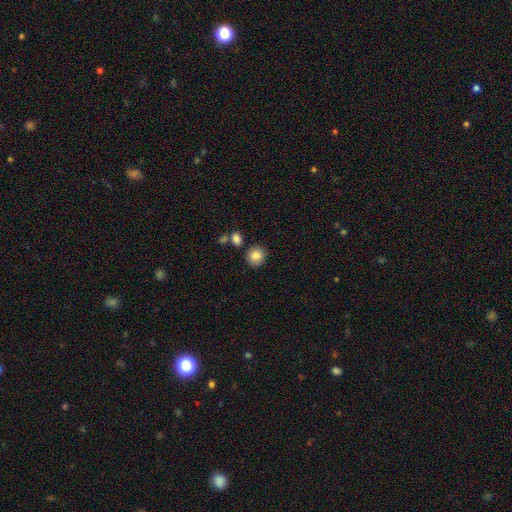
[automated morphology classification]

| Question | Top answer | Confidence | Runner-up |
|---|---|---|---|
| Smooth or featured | smooth | 85% | star or artifact (9%) |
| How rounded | round | 84% | in between (15%) |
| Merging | none | 81% | minor disturbance (10%) |